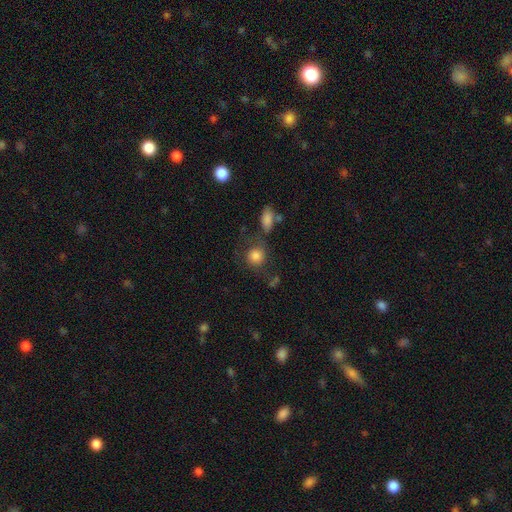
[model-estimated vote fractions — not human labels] A smooth galaxy with no disk features (81%) that is round (85%).

Vote fractions:
- Smooth or featured? smooth: 81% / star or artifact: 9% / featured or disk: 9%
- How rounded? round: 85% / in between: 13% / cigar-shaped: 1%
- Merging? none: 61% / minor disturbance: 16% / merger: 12% / major disturbance: 11%